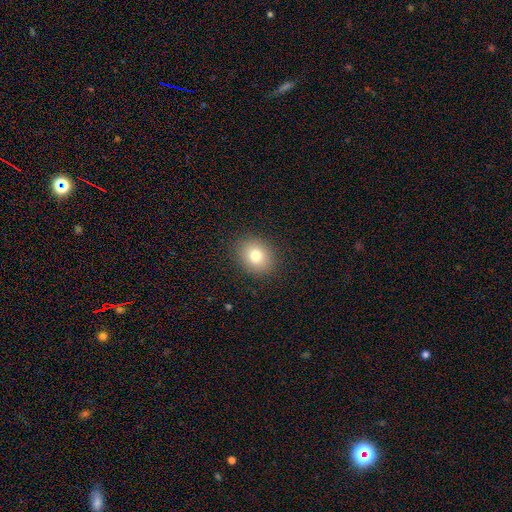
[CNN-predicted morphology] This appears to be a smooth galaxy with no disk features (78%) that is round (64%). Merging: none (89%).